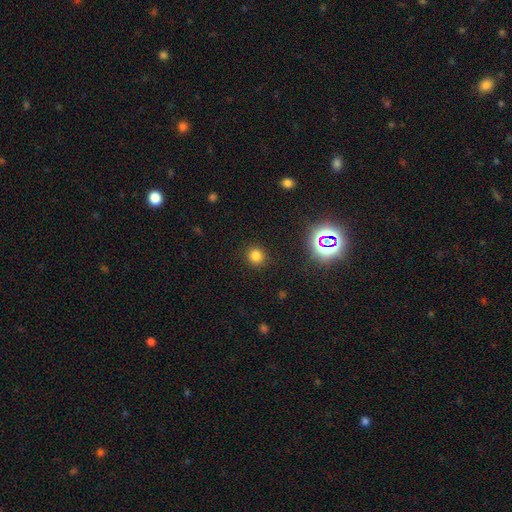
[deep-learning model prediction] A smooth galaxy with no disk features (77%) that is round (90%). Merging: none (90%).